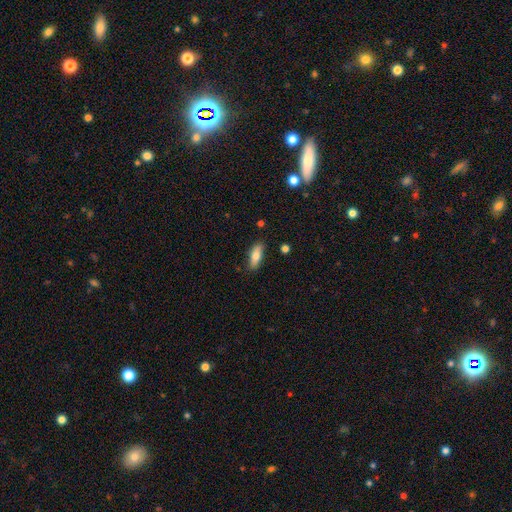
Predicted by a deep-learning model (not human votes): smooth 75%, featured or disk 19%, star or artifact 6%. Down the decision tree: how rounded — in between (66%); merging — none (85%).